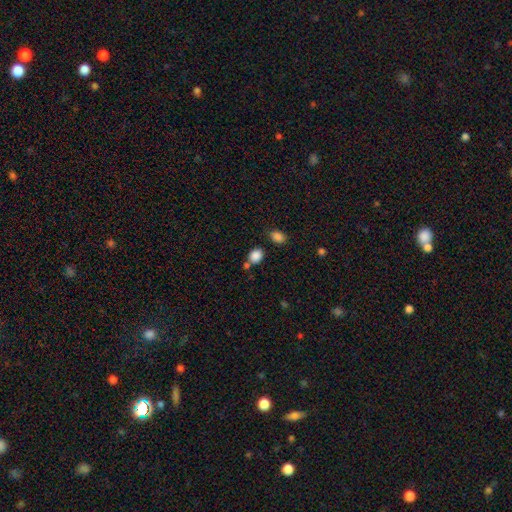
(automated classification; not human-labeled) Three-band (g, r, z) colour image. It shows a smooth galaxy with no disk features (87%) that is round (59%). Merging: none (69%).